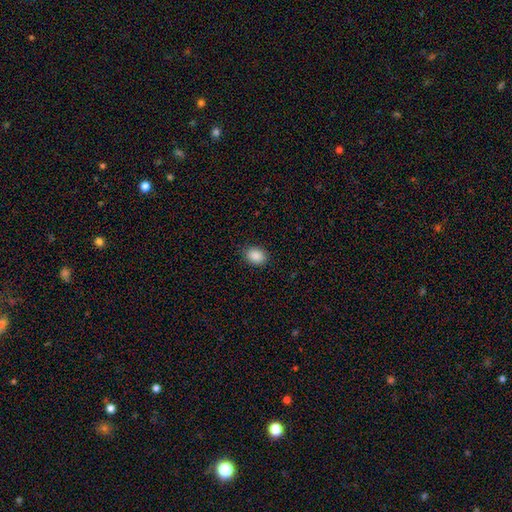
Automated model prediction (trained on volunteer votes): smooth_or_featured: smooth (p=0.89) [alt: star or artifact p=0.08]
how_rounded: in between (p=0.71) [alt: round p=0.28]
merging: none (p=0.86) [alt: minor disturbance p=0.11]